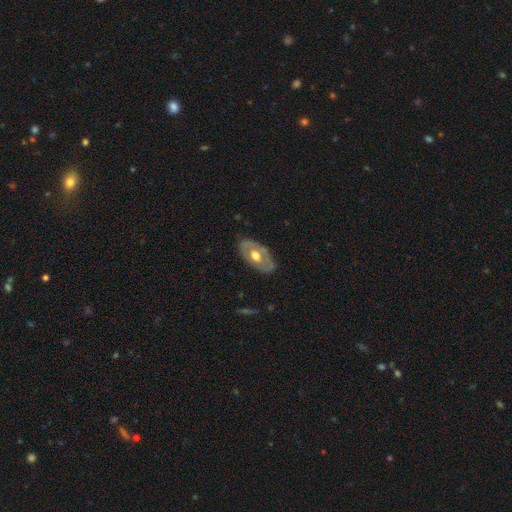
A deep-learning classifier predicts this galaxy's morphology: This is possibly a featured or disk galaxy (57%). It is clearly not viewed edge-on (88%). Merging: likely none (76%).